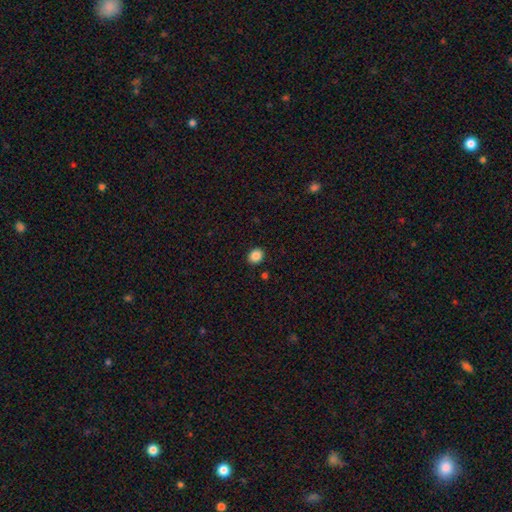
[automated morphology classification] smooth 87%, star or artifact 10%, featured or disk 4%. Down the decision tree: how rounded — round (65%); merging — none (90%).